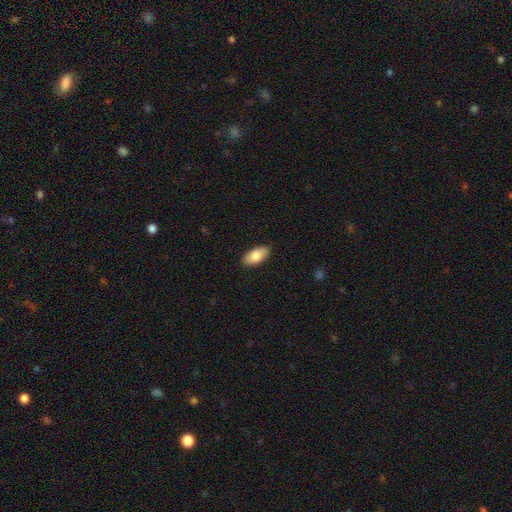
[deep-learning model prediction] This appears to be a smooth galaxy with no disk features (82%) that is in between round and cigar-shaped (92%). Merging: none (89%).